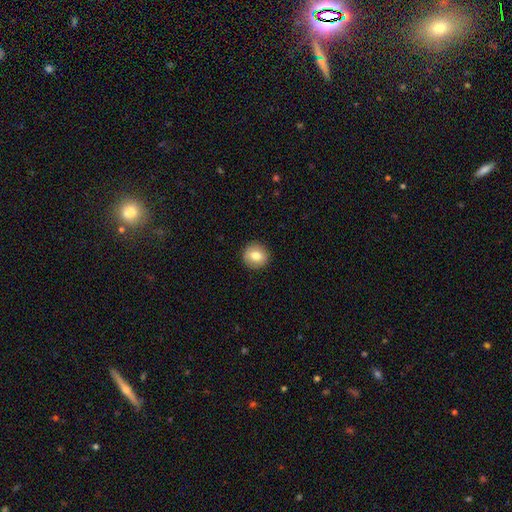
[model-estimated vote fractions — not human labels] A smooth galaxy with no disk features (75%) that is round (88%).

Vote fractions:
- Smooth or featured? smooth: 75% / featured or disk: 16% / star or artifact: 8%
- How rounded? round: 88% / in between: 11% / cigar-shaped: 1%
- Merging? none: 91% / minor disturbance: 6% / major disturbance: 2% / merger: 1%